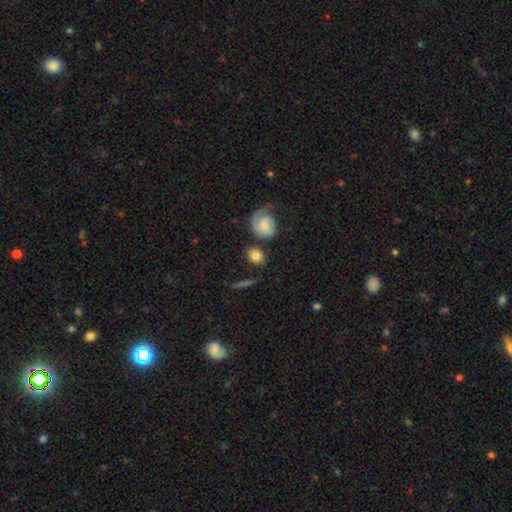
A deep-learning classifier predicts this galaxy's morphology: smooth-or-featured: smooth: 74% | featured or disk: 19% | star or artifact: 7%
  how-rounded: round: 50% | in between: 47% | cigar-shaped: 3%
  merging: none: 65% | minor disturbance: 17% | merger: 11% | major disturbance: 7%